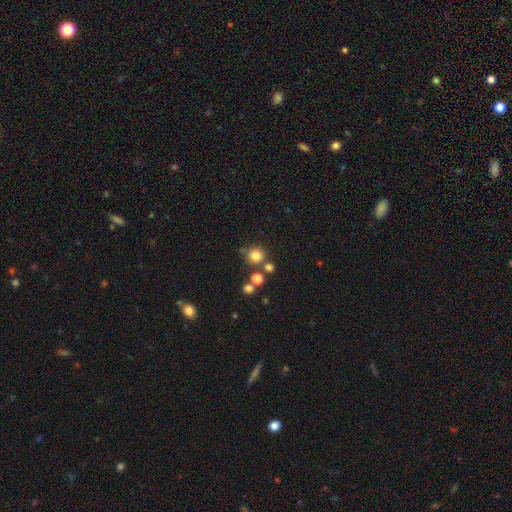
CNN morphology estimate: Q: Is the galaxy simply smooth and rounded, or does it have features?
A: smooth — 79%.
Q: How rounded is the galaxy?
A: round — 92%.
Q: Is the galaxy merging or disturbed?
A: none — 69%.